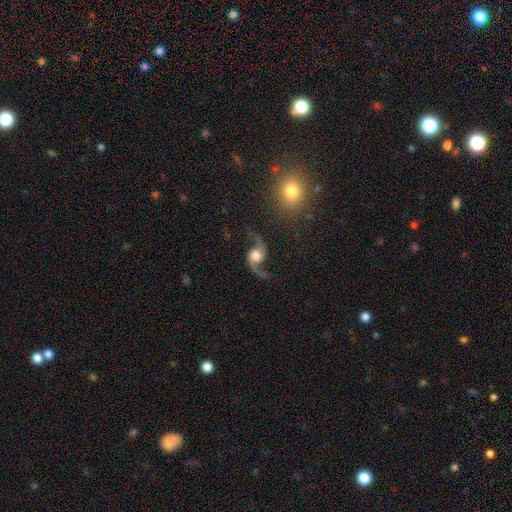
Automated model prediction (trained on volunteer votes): Smooth or featured: featured or disk — 88% (smooth — 6%)
Edge-on disk: no — 97% (yes — 3%)
Bar: no — 67% (weak — 25%)
Spiral arms: yes — 97% (no — 3%)
Spiral winding: loose — 87% (medium — 11%)
Spiral arm count: 2 — 94% (1 — 2%)
Bulge size: large — 41% (moderate — 38%)
Merging: none — 74% (minor disturbance — 13%)